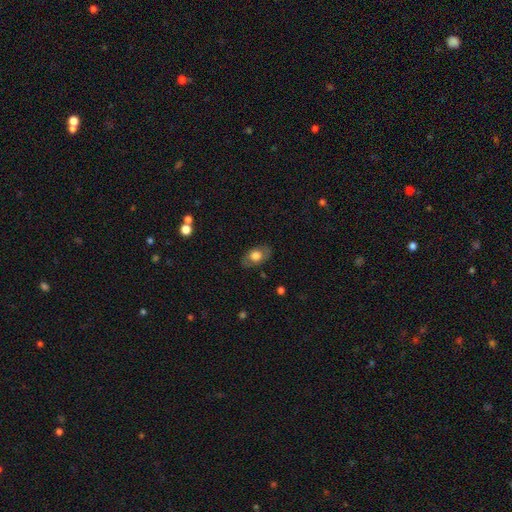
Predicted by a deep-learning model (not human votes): Morphology: type=smooth (66%); roundness=in between (84%); merging=none (80%).